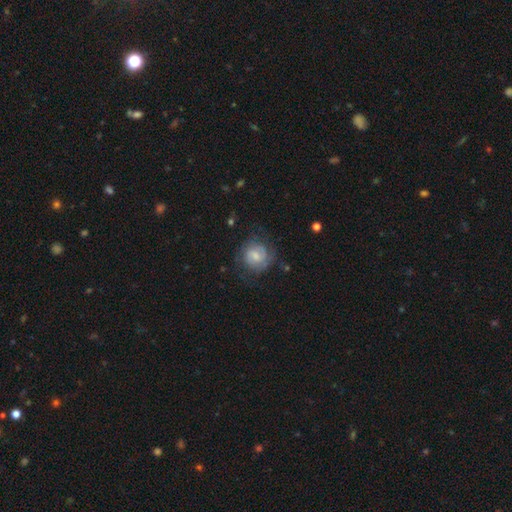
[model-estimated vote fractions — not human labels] A featured or disk galaxy (55%) with a weak bar (50%), spiral arms (82%) and a small central bulge (47%). Merging: none (67%).